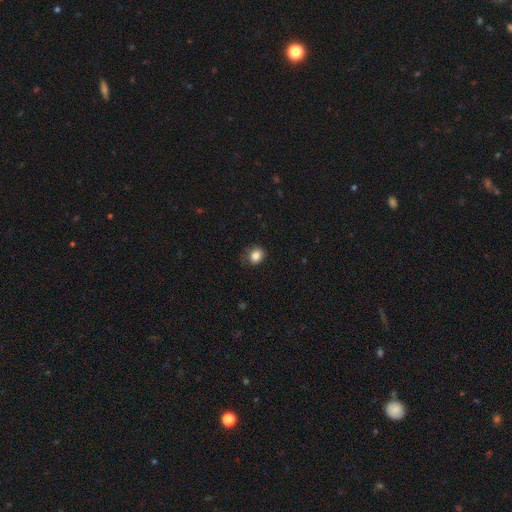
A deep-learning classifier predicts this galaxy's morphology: Smooth or featured?
  - smooth: 85% *
  - star or artifact: 10%
  - featured or disk: 6%
How rounded?
  - round: 57% *
  - in between: 42%
  - cigar-shaped: 1%
Merging?
  - none: 72% *
  - minor disturbance: 21%
  - major disturbance: 5%
  - merger: 1%